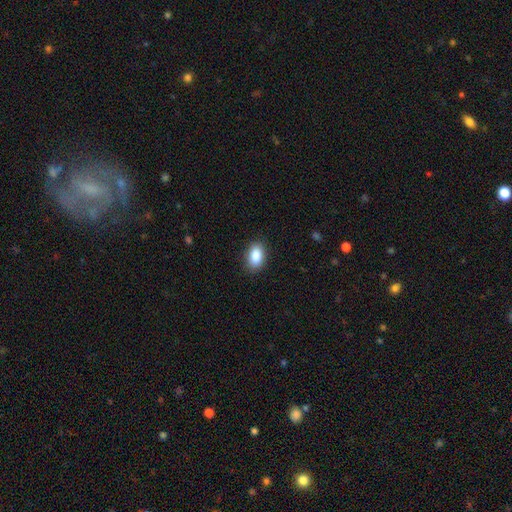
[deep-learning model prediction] Q: Smooth or featured?
A: smooth (89%); runner-up: star or artifact (7%)
Q: How rounded?
A: in between (91%); runner-up: round (8%)
Q: Merging?
A: none (88%); runner-up: minor disturbance (9%)